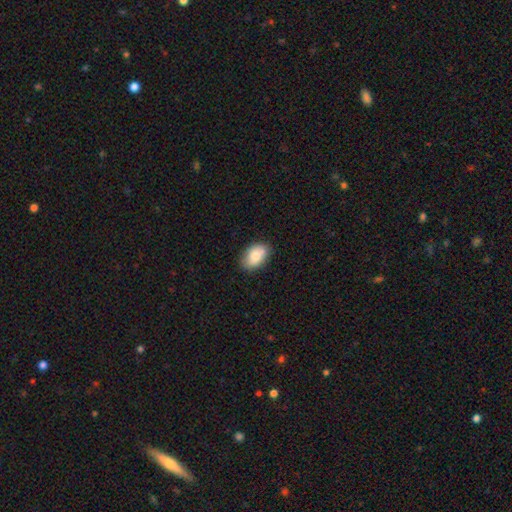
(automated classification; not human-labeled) This is clearly a smooth galaxy (80%). How rounded: clearly in between (88%). Merging: likely none (79%).